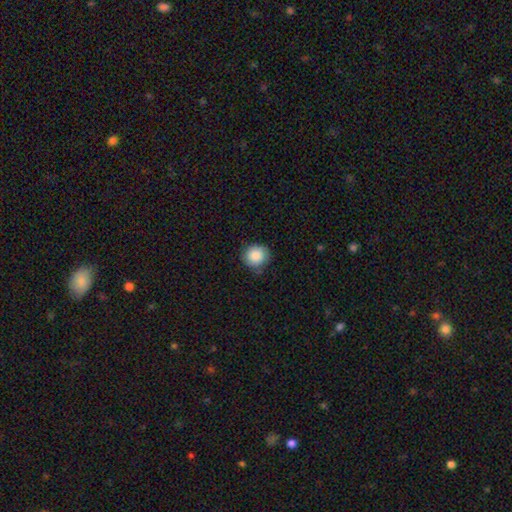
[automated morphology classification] This is clearly a smooth galaxy (86%). How rounded: clearly round (89%). Merging: likely none (78%).